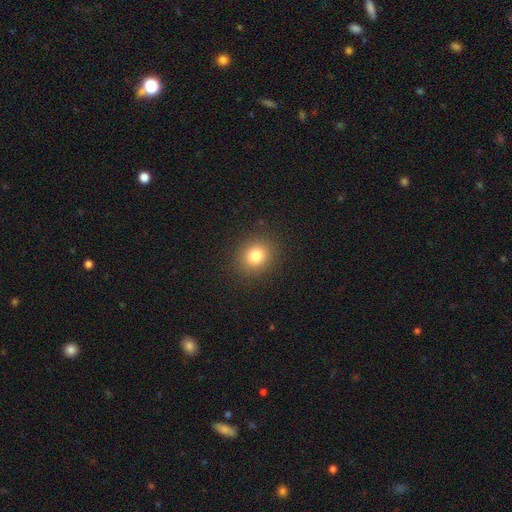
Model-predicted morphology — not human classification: Overall: smooth (80%). How rounded: round (75%). Merging: none (89%).